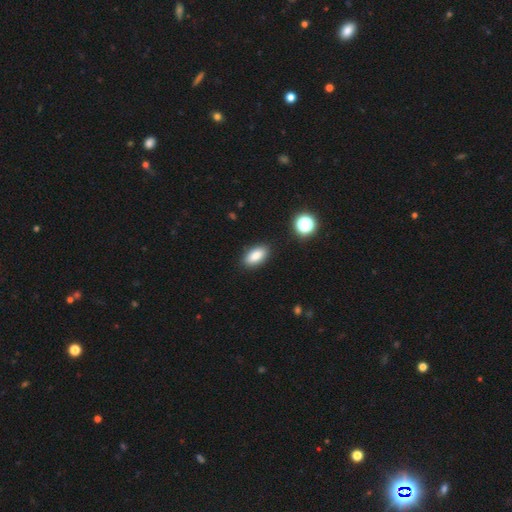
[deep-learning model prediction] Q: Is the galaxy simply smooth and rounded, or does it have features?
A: smooth — 85%.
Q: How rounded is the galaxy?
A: in between — 90%.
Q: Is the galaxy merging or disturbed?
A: none — 88%.